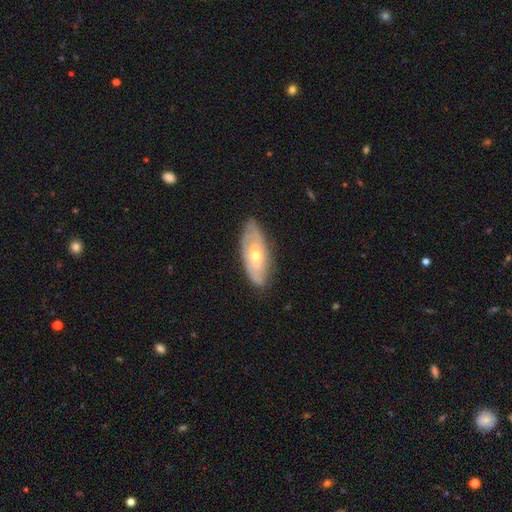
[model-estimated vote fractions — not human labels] smooth_or_featured: featured or disk (p=0.75) [alt: smooth p=0.20]
disk_edge_on: no (p=0.85) [alt: yes p=0.15]
bar: no (p=0.78) [alt: weak p=0.18]
has_spiral_arms: yes (p=0.83) [alt: no p=0.17]
spiral_winding: tight (p=0.68) [alt: medium p=0.25]
spiral_arm_count: can't tell (p=0.47) [alt: 2 p=0.31]
bulge_size: moderate (p=0.55) [alt: small p=0.41]
merging: none (p=0.78) [alt: minor disturbance p=0.17]